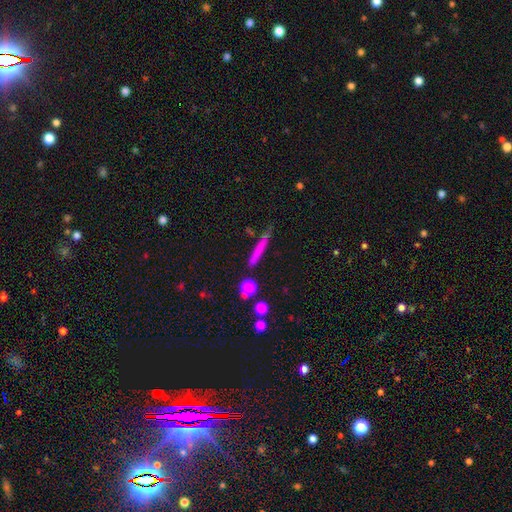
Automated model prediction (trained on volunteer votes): This is likely a smooth galaxy (69%). How rounded: clearly cigar-shaped (81%). Merging: likely none (70%).